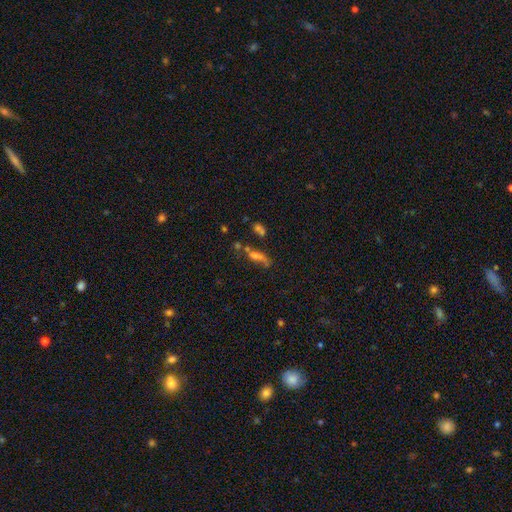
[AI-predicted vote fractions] smooth_or_featured: featured or disk (p=0.41) [alt: smooth p=0.38]
merging: none (p=0.41) [alt: major disturbance p=0.20]